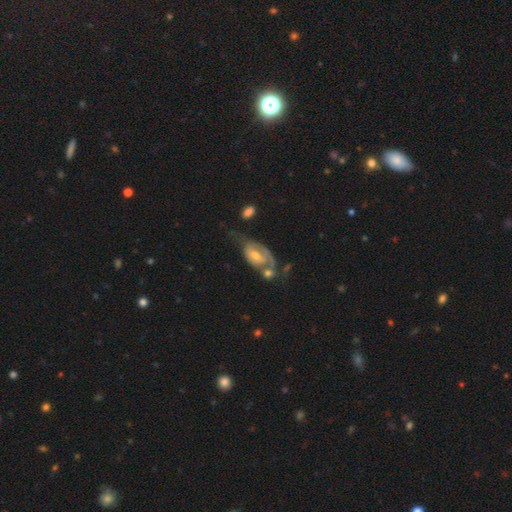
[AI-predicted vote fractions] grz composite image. It shows a featured or disk galaxy (65%) with no bar (55%), spiral arms (63%) and a moderate central bulge (54%). Merging: none (28%, tied with major disturbance).